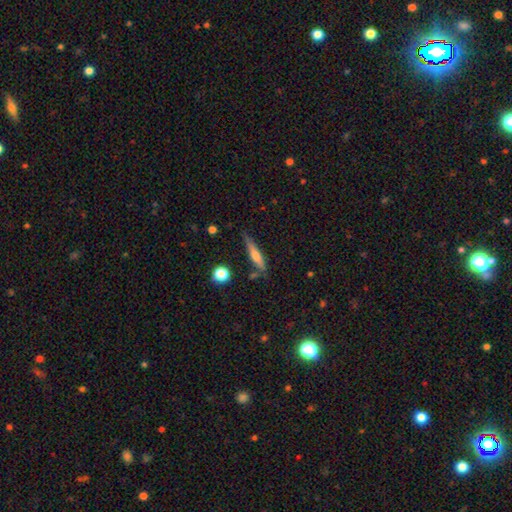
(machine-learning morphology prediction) This is possibly a smooth galaxy (57%). How rounded: clearly cigar-shaped (85%). Merging: likely none (71%).